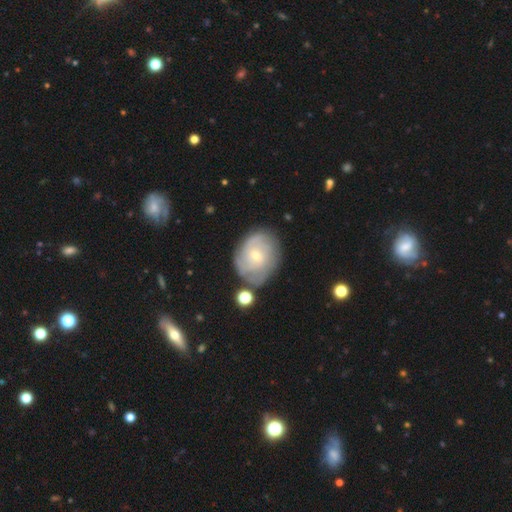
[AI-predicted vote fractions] featured or disk 66%, smooth 27%, star or artifact 8%. Down the decision tree: edge-on disk — no (97%); bar — no (72%); spiral arms — yes (85%); spiral arm count — can't tell (46%); spiral winding — tight (60%); bulge size — small (72%); merging — none (66%).